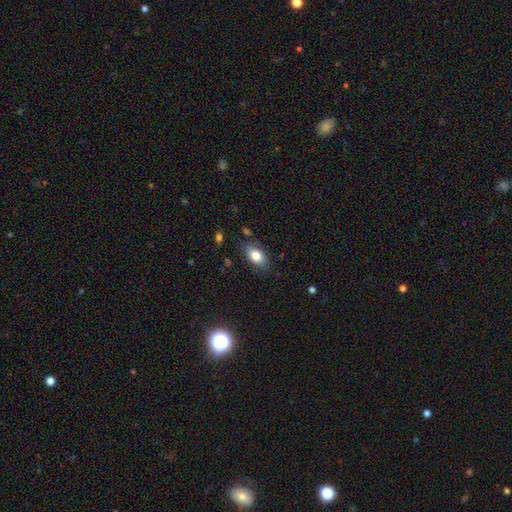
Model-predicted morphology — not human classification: Overall: smooth (81%). How rounded: in between (89%). Merging: none (81%).